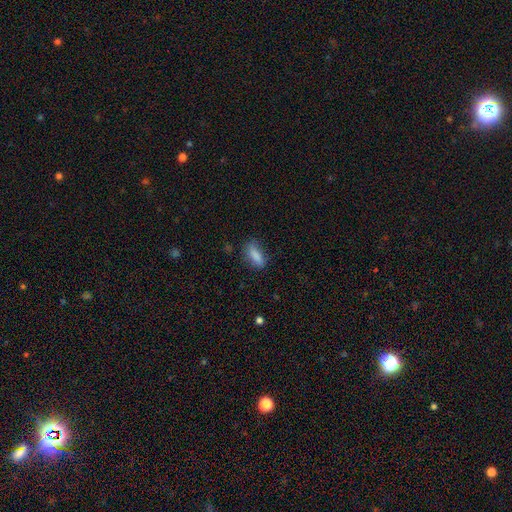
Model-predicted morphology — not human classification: Smooth or featured?
  - smooth: 84% *
  - star or artifact: 8%
  - featured or disk: 8%
How rounded?
  - in between: 67% *
  - cigar-shaped: 30%
  - round: 3%
Merging?
  - none: 72% *
  - minor disturbance: 20%
  - major disturbance: 6%
  - merger: 2%